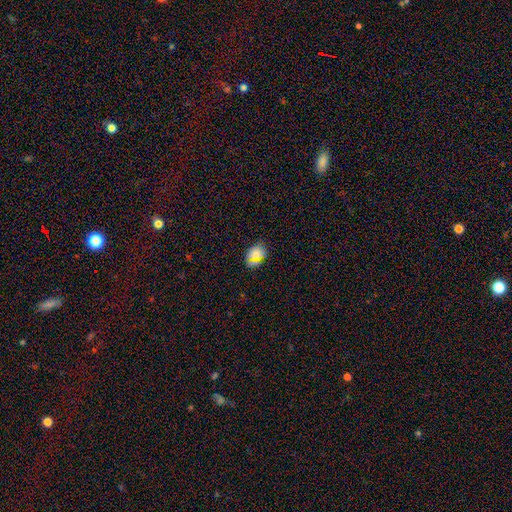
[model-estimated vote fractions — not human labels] This is likely a smooth galaxy (73%). How rounded: likely in between (71%). Merging: clearly none (84%).